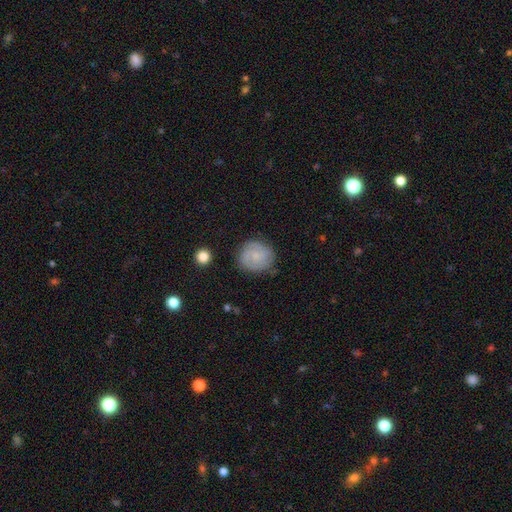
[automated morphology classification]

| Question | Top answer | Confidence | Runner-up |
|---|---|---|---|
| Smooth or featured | featured or disk | 57% | smooth (35%) |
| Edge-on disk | no | 98% | yes (2%) |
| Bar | no | 69% | weak (28%) |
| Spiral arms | yes | 89% | no (11%) |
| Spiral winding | tight | 60% | medium (31%) |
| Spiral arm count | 2 | 55% | can't tell (24%) |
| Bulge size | small | 62% | moderate (21%) |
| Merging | none | 79% | minor disturbance (16%) |